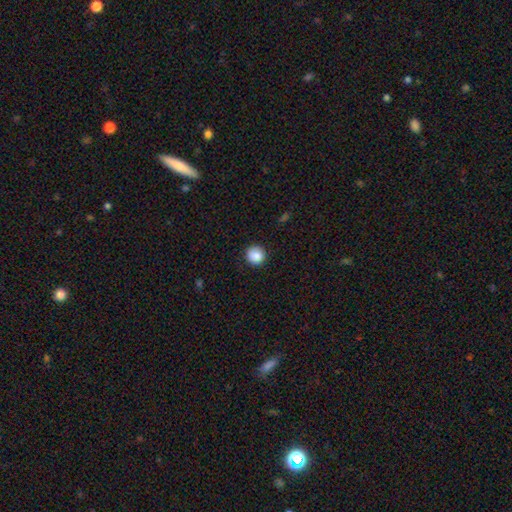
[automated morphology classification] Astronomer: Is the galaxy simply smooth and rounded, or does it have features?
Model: smooth — 87%.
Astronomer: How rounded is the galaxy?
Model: round — 92%.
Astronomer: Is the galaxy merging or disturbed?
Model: none — 89%.